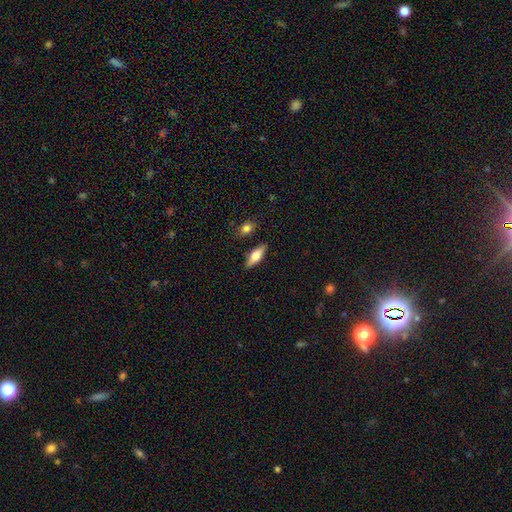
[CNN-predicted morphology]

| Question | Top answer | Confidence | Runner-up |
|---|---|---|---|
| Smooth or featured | smooth | 62% | featured or disk (31%) |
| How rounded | in between | 64% | cigar-shaped (33%) |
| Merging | none | 85% | minor disturbance (10%) |